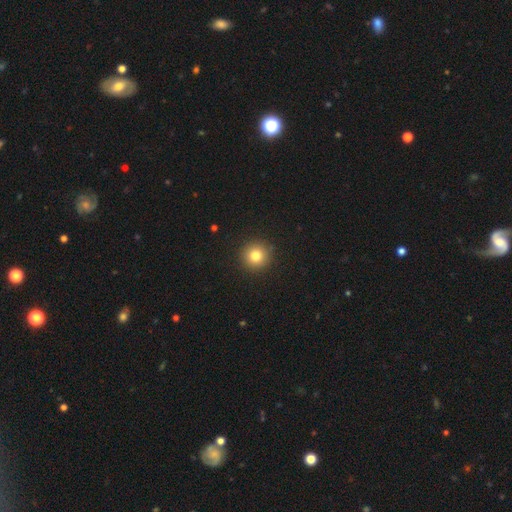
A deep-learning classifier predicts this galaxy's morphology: A smooth galaxy with no disk features (81%) that is round (95%). Merging: none (92%).